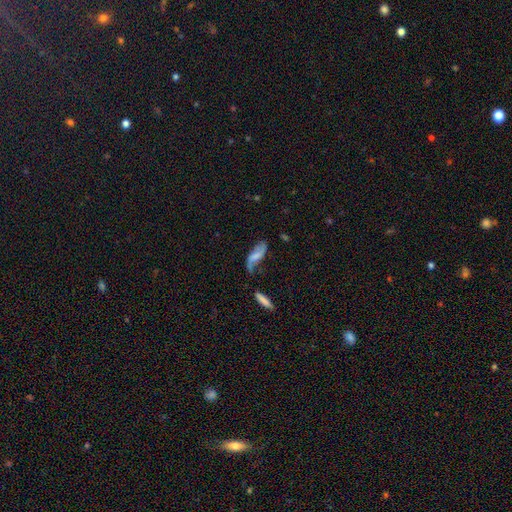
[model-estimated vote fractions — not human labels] This is possibly a featured or disk galaxy (59%). It is clearly not viewed edge-on (88%). Bar: possibly no (45%). Spiral arm pattern: clearly yes (87%). Central bulge: marginally none (36%). Merging: possibly none (52%).